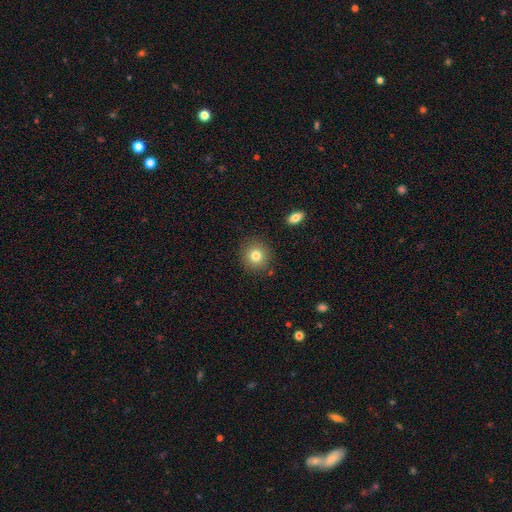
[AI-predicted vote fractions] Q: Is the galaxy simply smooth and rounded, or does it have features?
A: smooth — 80%.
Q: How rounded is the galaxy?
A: round — 89%.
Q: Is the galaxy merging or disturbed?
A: none — 88%.